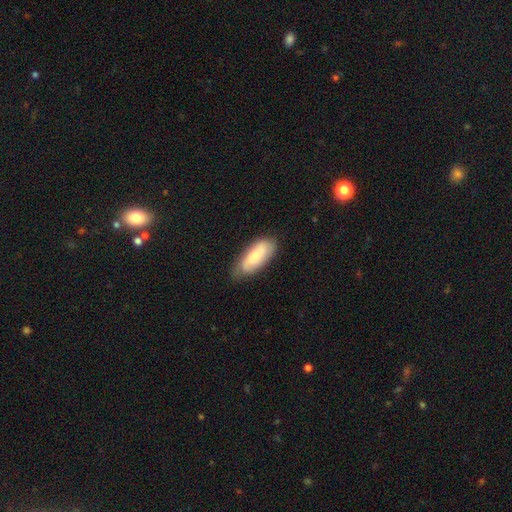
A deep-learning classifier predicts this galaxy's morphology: Smooth or featured? Predicted: smooth (p=0.61). How rounded? Predicted: in between (p=0.80). Merging? Predicted: none (p=0.70).